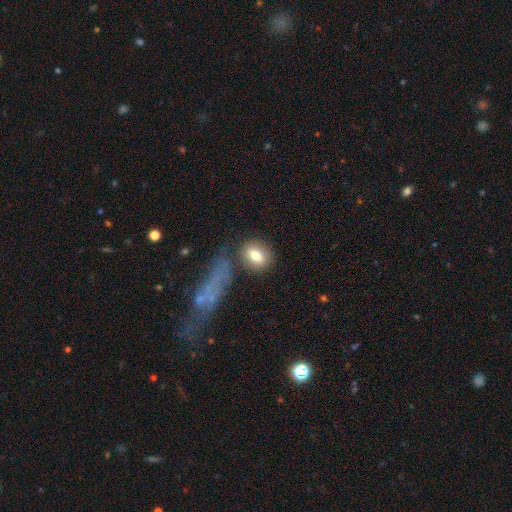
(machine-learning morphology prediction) A smooth galaxy with no disk features (78%) that is round (49%, tied with in between). Merging: none (74%).